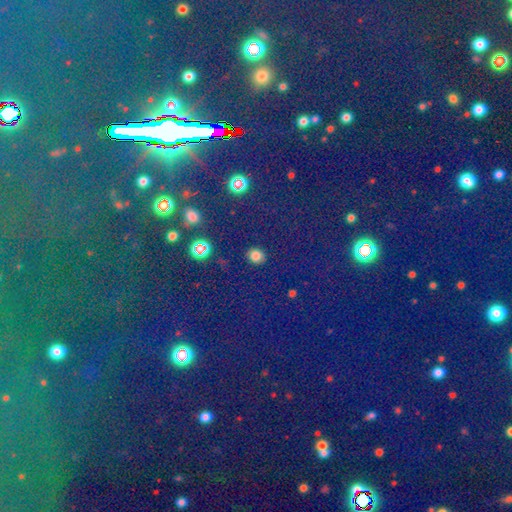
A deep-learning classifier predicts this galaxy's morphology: type=smooth (72%); roundness=round (64%); merging=none (87%).